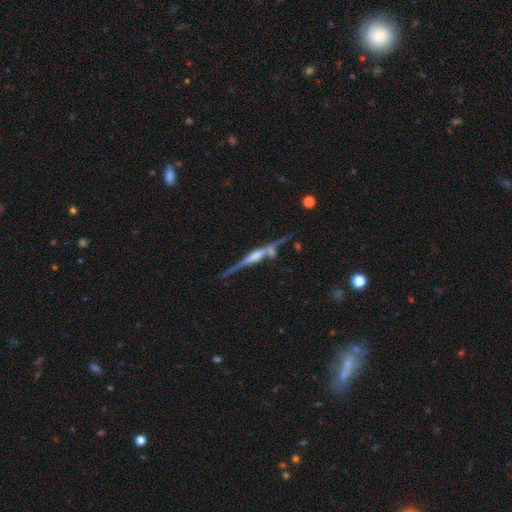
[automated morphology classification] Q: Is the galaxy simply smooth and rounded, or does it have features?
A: featured or disk — 82%.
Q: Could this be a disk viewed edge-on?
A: yes — 97%.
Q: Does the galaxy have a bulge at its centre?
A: rounded — 59%.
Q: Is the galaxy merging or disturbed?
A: none — 68%.